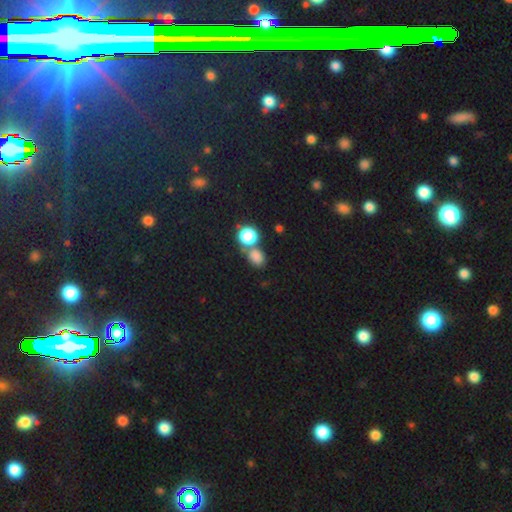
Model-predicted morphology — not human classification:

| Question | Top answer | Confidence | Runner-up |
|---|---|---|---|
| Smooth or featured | smooth | 79% | star or artifact (15%) |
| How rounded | round | 57% | in between (42%) |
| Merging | none | 53% | merger (34%) |